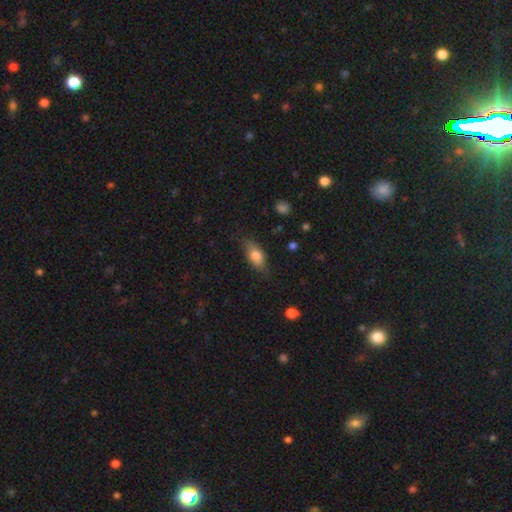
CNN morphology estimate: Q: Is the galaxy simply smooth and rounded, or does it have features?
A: smooth — 74%.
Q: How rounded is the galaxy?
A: in between — 82%.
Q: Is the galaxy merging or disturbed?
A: none — 71%.